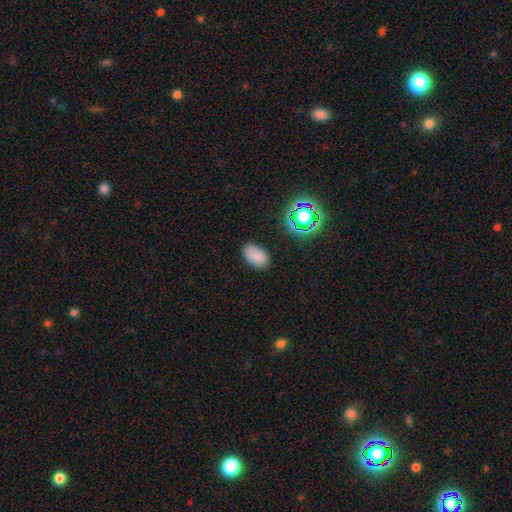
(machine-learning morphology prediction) Smooth or featured? smooth (78%)
How rounded? in between (91%)
Merging? none (83%)